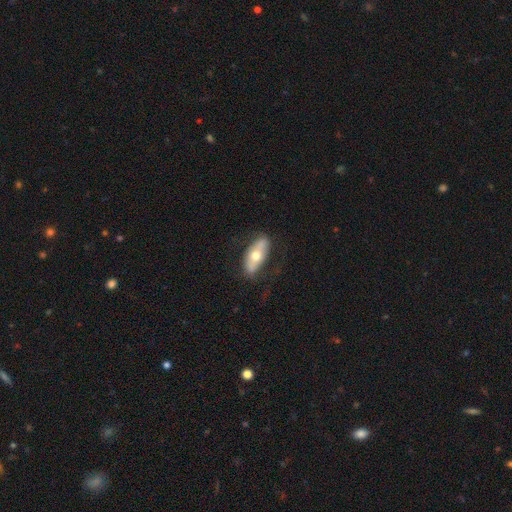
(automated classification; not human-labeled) The model was most divided on "smooth or featured": smooth: 53%, featured or disk: 41%, star or artifact: 6%. More confident: how rounded — in between (77%); merging — none (76%).